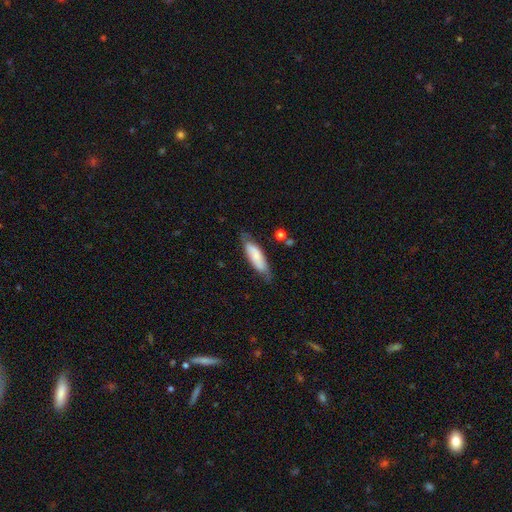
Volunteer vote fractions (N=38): Smooth or featured? 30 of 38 (79%) said smooth. How rounded? 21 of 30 (70%) said cigar-shaped. Merging? 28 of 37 (76%) said none.